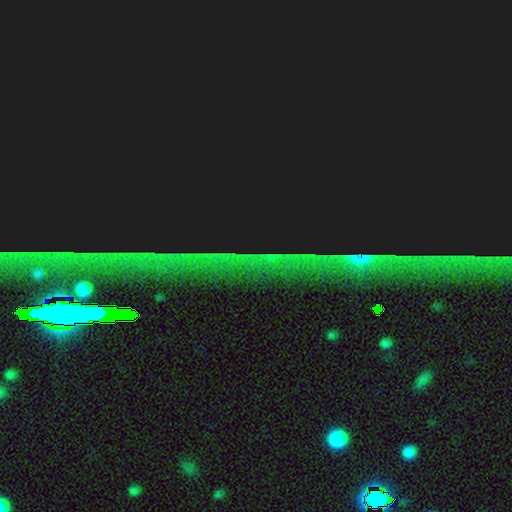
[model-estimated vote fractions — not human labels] Smooth or featured: star or artifact — 83% (featured or disk — 8%)